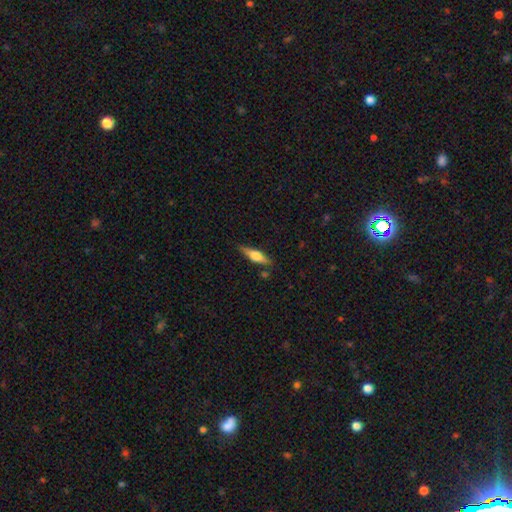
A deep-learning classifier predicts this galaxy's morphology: Smooth or featured? Predicted: smooth (p=0.47). Merging? Predicted: none (p=0.81).